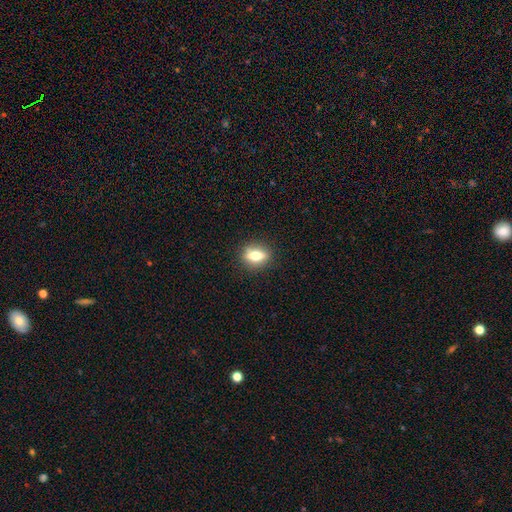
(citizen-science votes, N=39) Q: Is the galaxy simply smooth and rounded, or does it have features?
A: smooth — 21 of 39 (54%).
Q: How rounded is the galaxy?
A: in between — 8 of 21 (38%).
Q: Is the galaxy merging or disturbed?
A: none — 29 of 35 (83%).